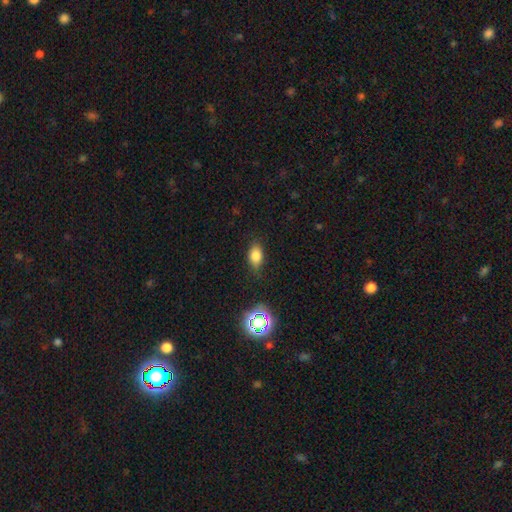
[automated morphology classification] The model was most divided on "merging": none: 78%, minor disturbance: 16%, major disturbance: 4%, merger: 2%. More confident: how rounded — in between (82%); smooth or featured — smooth (78%).